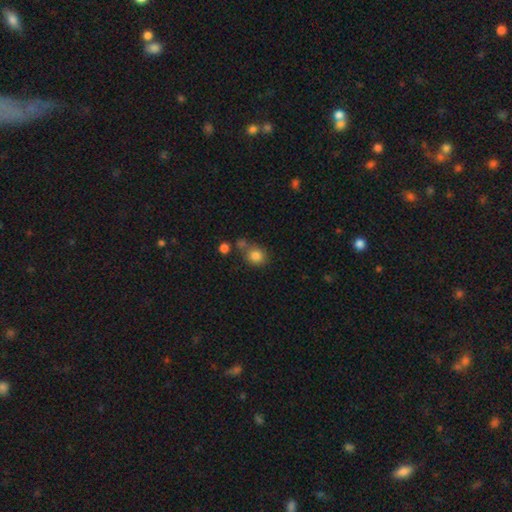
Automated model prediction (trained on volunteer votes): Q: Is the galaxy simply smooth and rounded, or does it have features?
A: smooth — 83%.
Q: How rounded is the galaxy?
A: round — 76%.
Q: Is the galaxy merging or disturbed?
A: none — 59%.